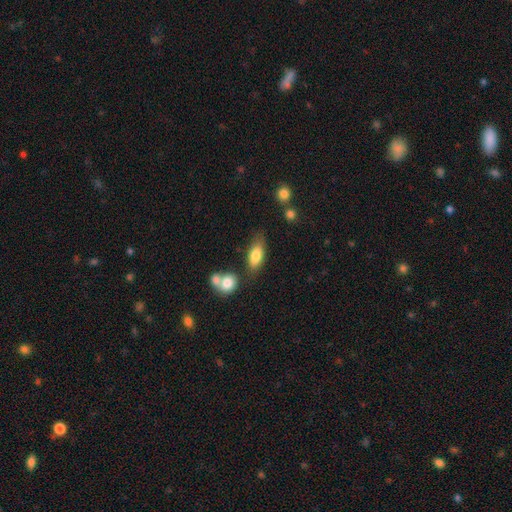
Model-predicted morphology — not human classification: Smooth or featured: smooth — 79% (featured or disk — 14%)
How rounded: in between — 82% (cigar-shaped — 14%)
Merging: none — 63% (minor disturbance — 18%)